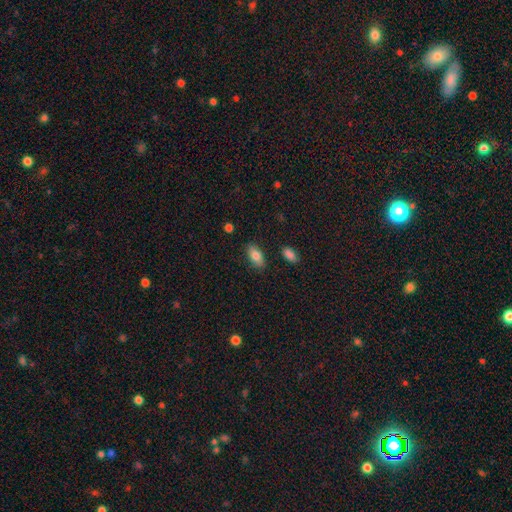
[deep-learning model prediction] smooth-or-featured: smooth: 80% | featured or disk: 12% | star or artifact: 7%
  how-rounded: in between: 90% | cigar-shaped: 7% | round: 4%
  merging: none: 85% | minor disturbance: 11% | major disturbance: 2% | merger: 2%